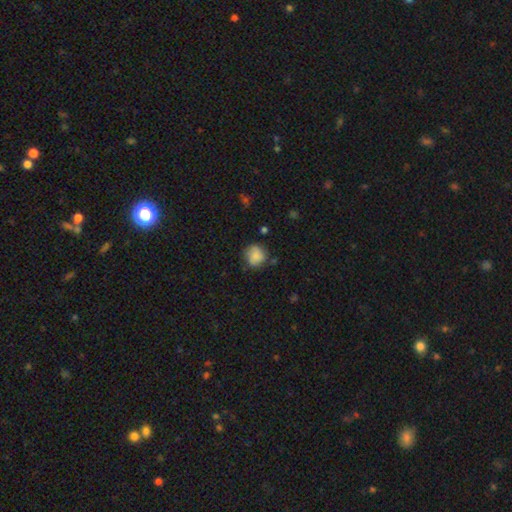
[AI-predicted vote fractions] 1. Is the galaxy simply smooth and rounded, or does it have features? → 82% smooth, 10% featured or disk, 8% star or artifact.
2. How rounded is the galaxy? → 83% round, 16% in between, 1% cigar-shaped.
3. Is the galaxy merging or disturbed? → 70% none, 22% minor disturbance, 5% major disturbance, 3% merger.